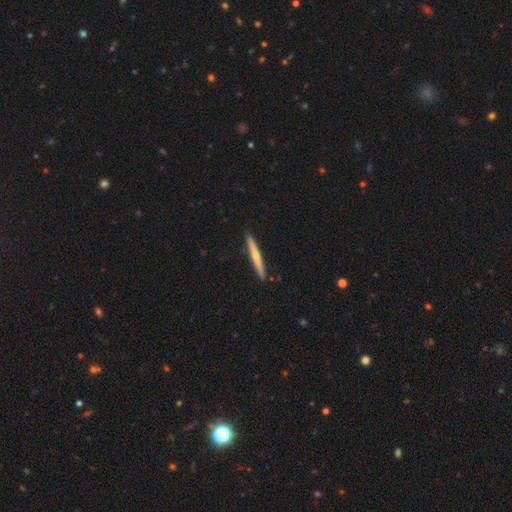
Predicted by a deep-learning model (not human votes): Q: Smooth or featured?
A: smooth (51%); runner-up: featured or disk (44%)
Q: How rounded?
A: cigar-shaped (96%); runner-up: in between (3%)
Q: Merging?
A: none (91%); runner-up: minor disturbance (6%)